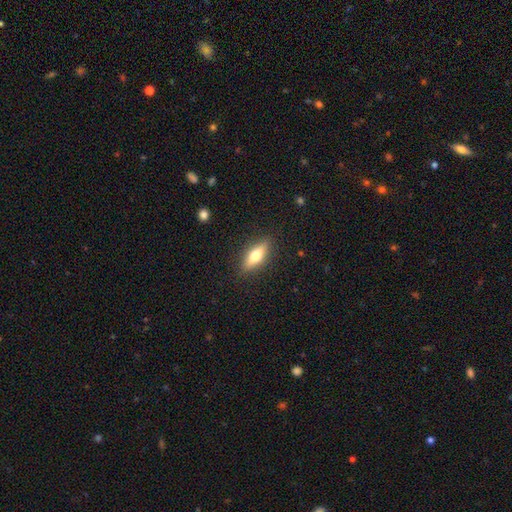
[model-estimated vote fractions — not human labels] Smooth or featured: smooth — 57% (featured or disk — 37%)
How rounded: in between — 55% (cigar-shaped — 41%)
Merging: none — 88% (minor disturbance — 8%)